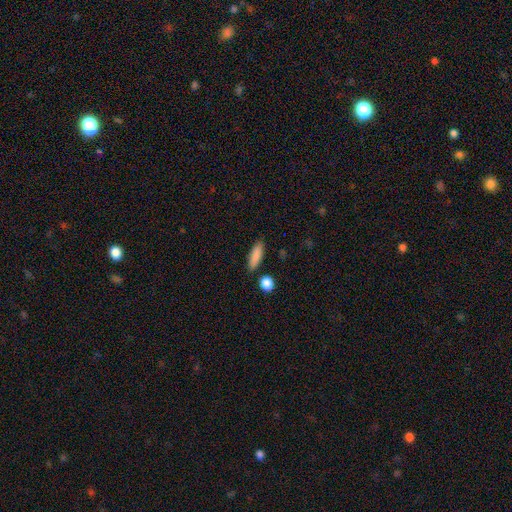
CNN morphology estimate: A smooth galaxy with no disk features (87%) that is in between round and cigar-shaped (53%). Merging: none (82%).